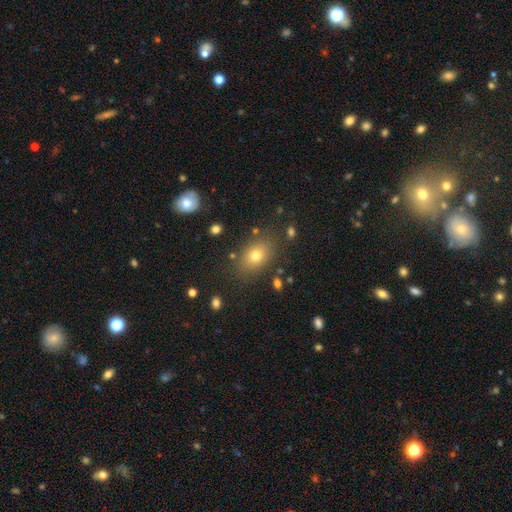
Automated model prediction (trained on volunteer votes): Q: Smooth or featured?
A: smooth (73%); runner-up: star or artifact (14%)
Q: How rounded?
A: in between (75%); runner-up: round (24%)
Q: Merging?
A: none (82%); runner-up: minor disturbance (11%)